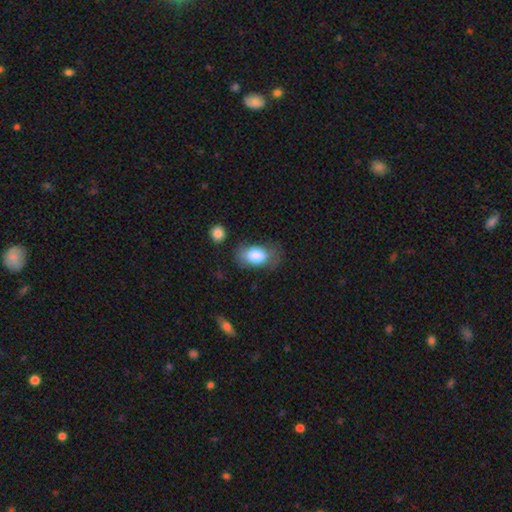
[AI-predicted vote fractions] Morphology: type=smooth (80%); roundness=in between (88%); merging=none (61%).